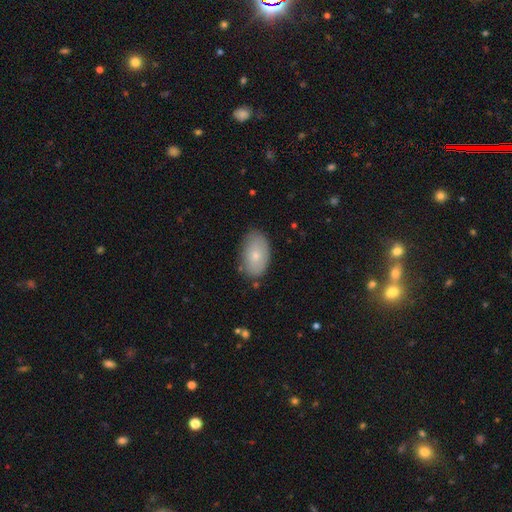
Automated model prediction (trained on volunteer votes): A smooth galaxy with no disk features (73%) that is in between round and cigar-shaped (92%).

Vote fractions:
- Smooth or featured? smooth: 73% / featured or disk: 20% / star or artifact: 7%
- How rounded? in between: 92% / round: 6% / cigar-shaped: 1%
- Merging? none: 77% / minor disturbance: 18% / major disturbance: 3% / merger: 2%